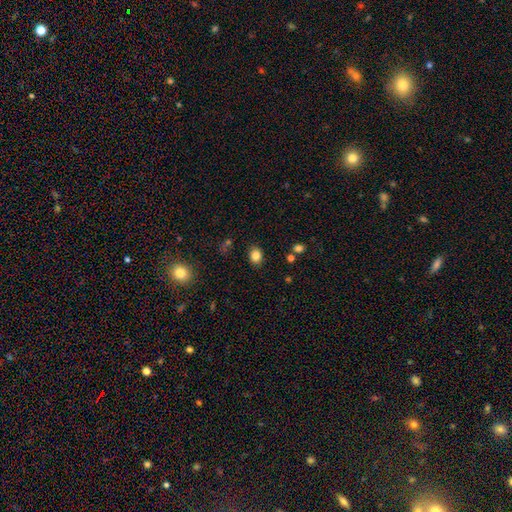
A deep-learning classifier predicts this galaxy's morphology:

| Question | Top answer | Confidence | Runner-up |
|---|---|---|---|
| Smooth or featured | smooth | 84% | star or artifact (11%) |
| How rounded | in between | 51% | round (48%) |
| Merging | none | 84% | minor disturbance (11%) |